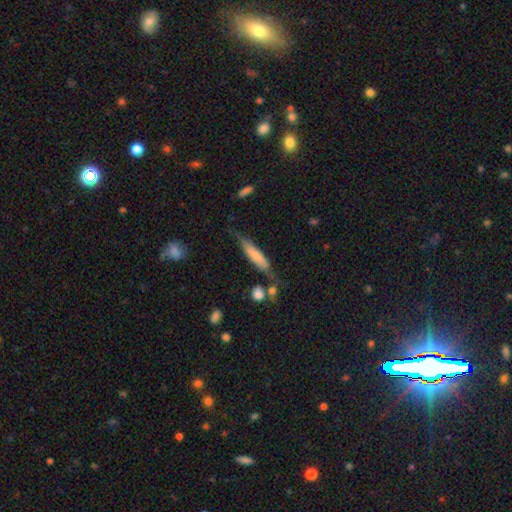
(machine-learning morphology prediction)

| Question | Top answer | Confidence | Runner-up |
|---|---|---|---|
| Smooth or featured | smooth | 66% | featured or disk (28%) |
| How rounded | cigar-shaped | 79% | in between (20%) |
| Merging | none | 55% | minor disturbance (26%) |